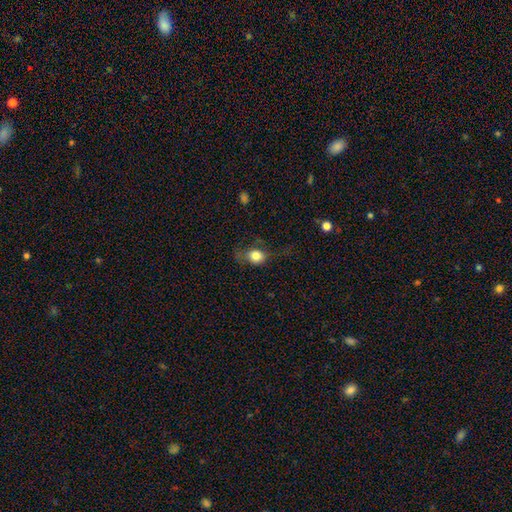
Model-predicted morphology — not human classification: This is likely a smooth galaxy (79%). How rounded: possibly in between (52%). Merging: possibly none (49%).